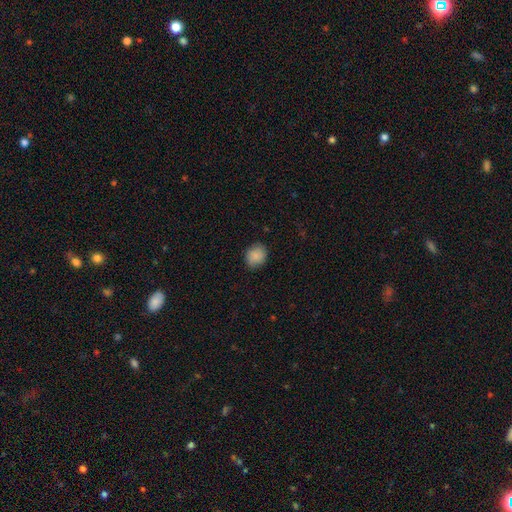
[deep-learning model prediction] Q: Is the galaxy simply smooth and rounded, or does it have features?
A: smooth — 87%.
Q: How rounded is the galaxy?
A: round — 72%.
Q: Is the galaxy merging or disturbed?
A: none — 84%.